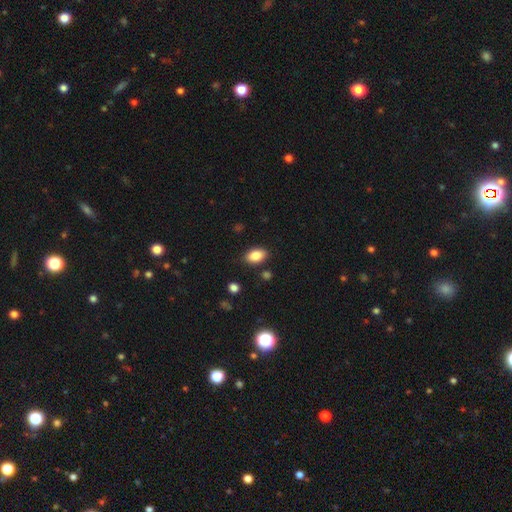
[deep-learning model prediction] Smooth or featured? smooth (86%)
How rounded? in between (89%)
Merging? none (84%)